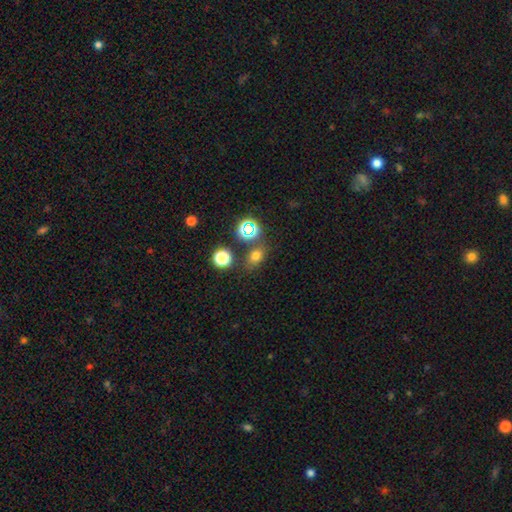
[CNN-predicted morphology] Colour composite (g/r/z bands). It shows a smooth galaxy with no disk features (67%) that is in between round and cigar-shaped (56%). Merging: none (74%).